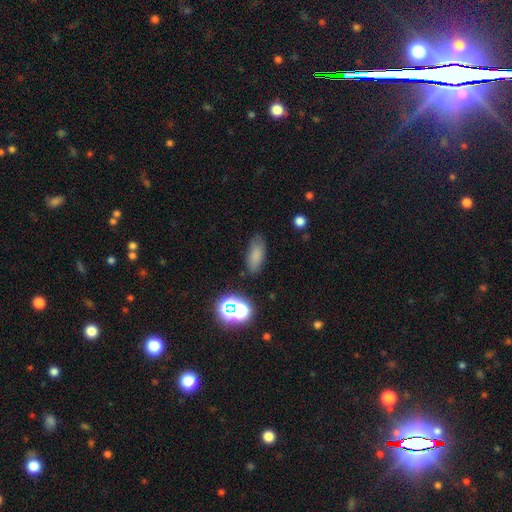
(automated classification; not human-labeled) A smooth galaxy with no disk features (77%) that is in between round and cigar-shaped (78%). Merging: none (79%).